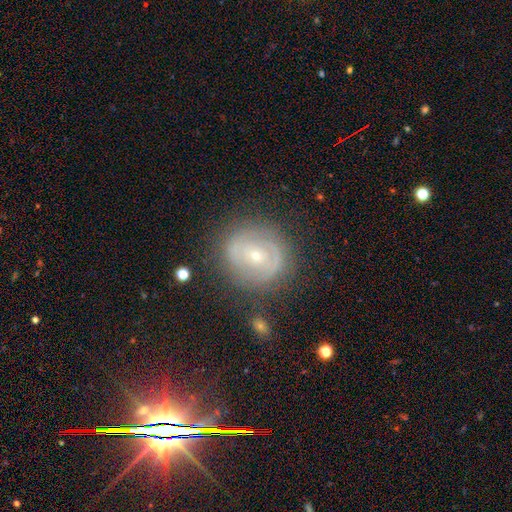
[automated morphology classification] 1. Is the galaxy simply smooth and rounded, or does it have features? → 65% featured or disk, 26% smooth, 8% star or artifact.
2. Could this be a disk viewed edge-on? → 96% no, 4% yes.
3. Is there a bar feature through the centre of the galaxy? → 59% no, 29% weak, 12% strong.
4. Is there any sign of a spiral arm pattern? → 57% yes, 43% no.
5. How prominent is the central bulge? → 72% small, 25% moderate, 1% large, 1% none, 1% dominant.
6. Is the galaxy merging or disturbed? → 76% none, 14% minor disturbance, 7% major disturbance, 2% merger.